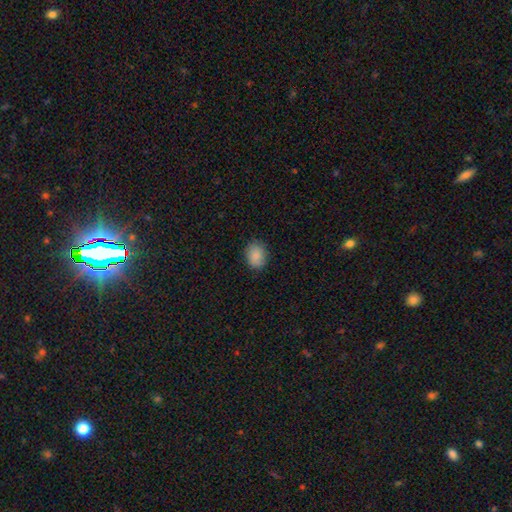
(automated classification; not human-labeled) This is clearly a smooth galaxy (88%). How rounded: likely in between (60%). Merging: clearly none (86%).